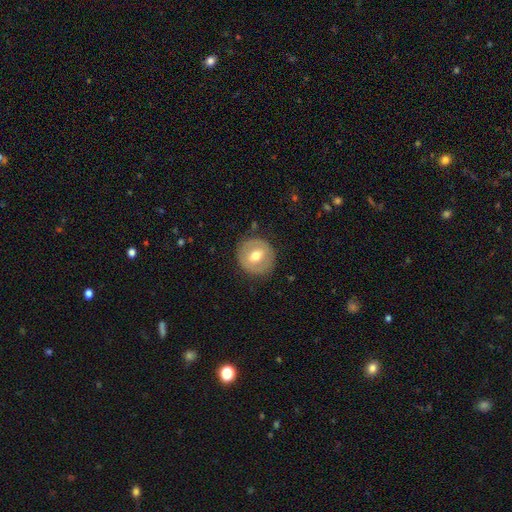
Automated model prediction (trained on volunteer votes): Overall: smooth (53%; featured or disk 40%). How rounded: round (90%). Merging: none (85%).